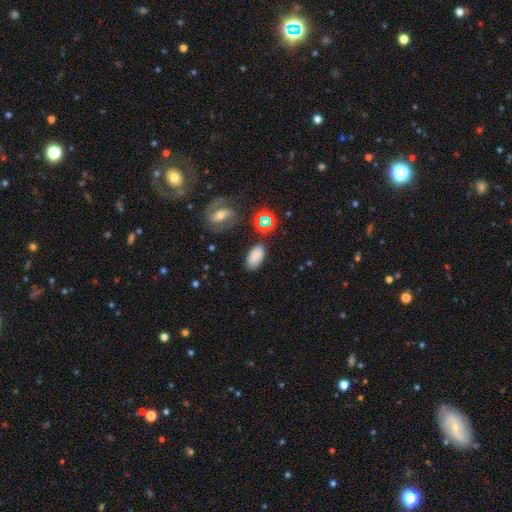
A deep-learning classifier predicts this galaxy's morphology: smooth_or_featured: smooth (p=0.76) [alt: star or artifact p=0.13]
how_rounded: in between (p=0.92) [alt: round p=0.05]
merging: none (p=0.77) [alt: minor disturbance p=0.14]